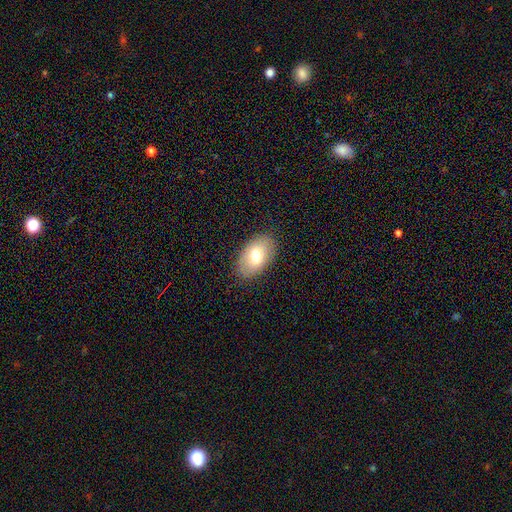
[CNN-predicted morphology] Q: Smooth or featured?
A: smooth (73%); runner-up: featured or disk (20%)
Q: How rounded?
A: in between (92%); runner-up: round (6%)
Q: Merging?
A: none (86%); runner-up: minor disturbance (11%)